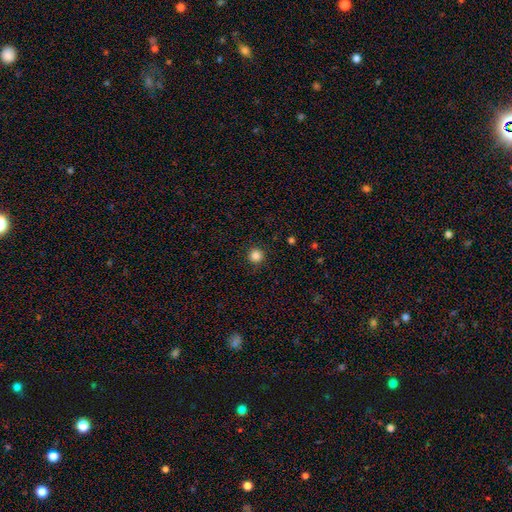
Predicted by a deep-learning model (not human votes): A smooth galaxy with no disk features (86%) that is round (96%). Merging: none (92%).